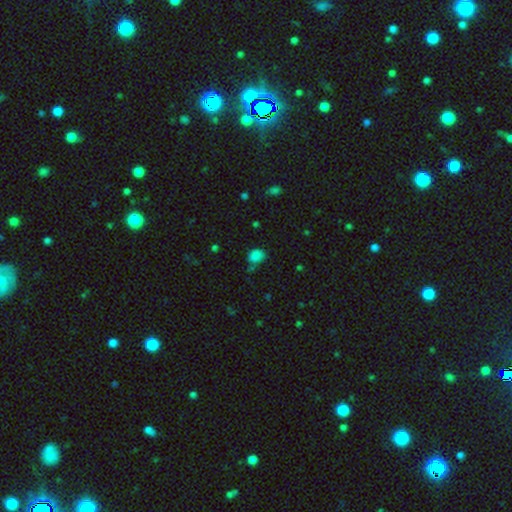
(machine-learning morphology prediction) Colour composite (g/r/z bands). It shows a smooth galaxy with no disk features (80%) that is in between round and cigar-shaped (52%). Merging: none (64%).